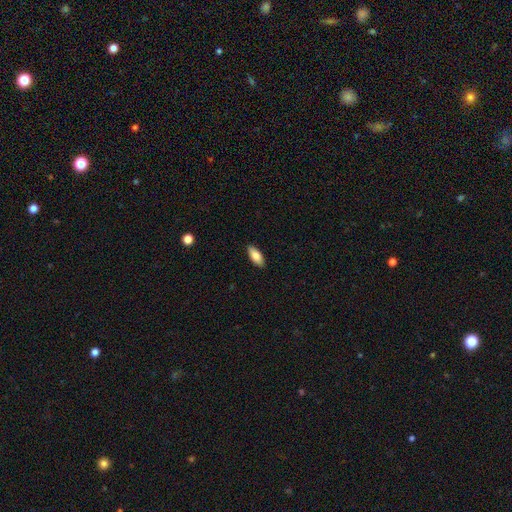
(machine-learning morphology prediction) Smooth or featured? smooth (82%)
How rounded? in between (82%)
Merging? none (89%)